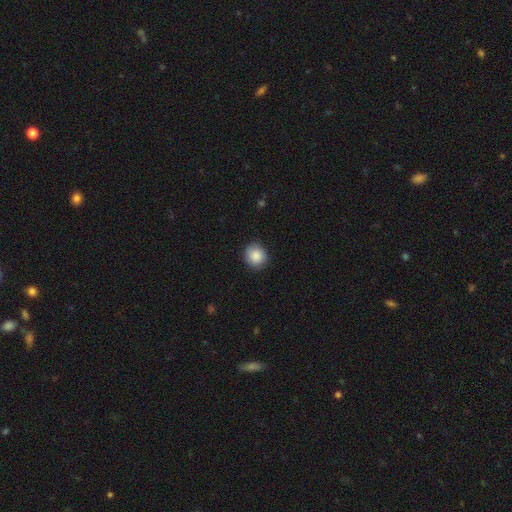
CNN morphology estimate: Q: Smooth or featured?
A: smooth (88%); runner-up: star or artifact (8%)
Q: How rounded?
A: round (85%); runner-up: in between (14%)
Q: Merging?
A: none (86%); runner-up: minor disturbance (11%)